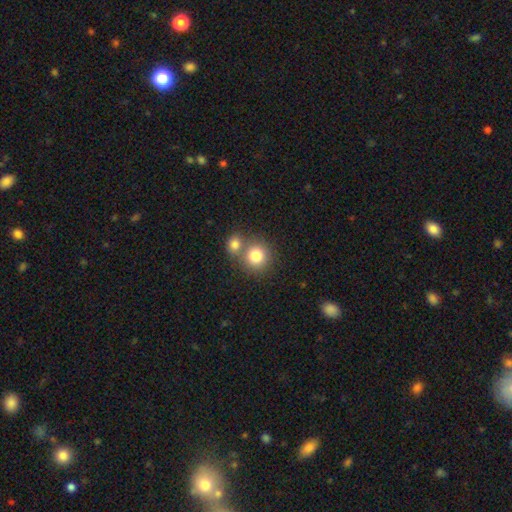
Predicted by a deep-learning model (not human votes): Smooth or featured?
  - smooth: 80% *
  - star or artifact: 10%
  - featured or disk: 9%
How rounded?
  - round: 88% *
  - in between: 11%
  - cigar-shaped: 1%
Merging?
  - none: 52% *
  - merger: 38%
  - minor disturbance: 7%
  - major disturbance: 3%